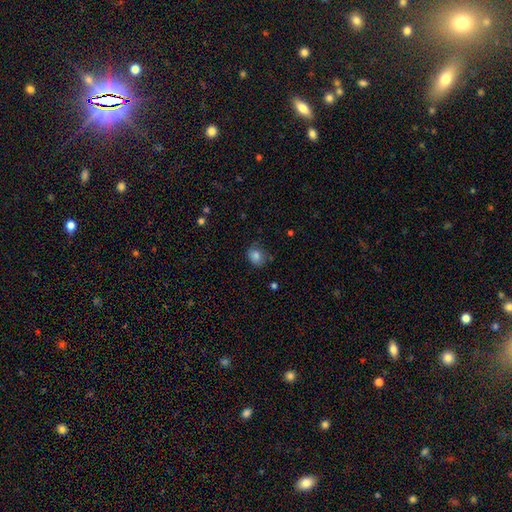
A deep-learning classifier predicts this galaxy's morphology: This appears to be a smooth galaxy with no disk features (83%) that is round (62%). Merging: none (68%).